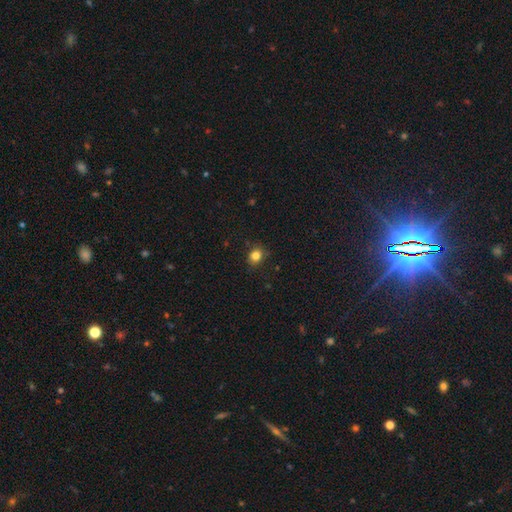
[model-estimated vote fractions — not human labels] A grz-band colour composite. It shows a smooth galaxy with no disk features (83%) that is round (68%). Merging: none (84%).